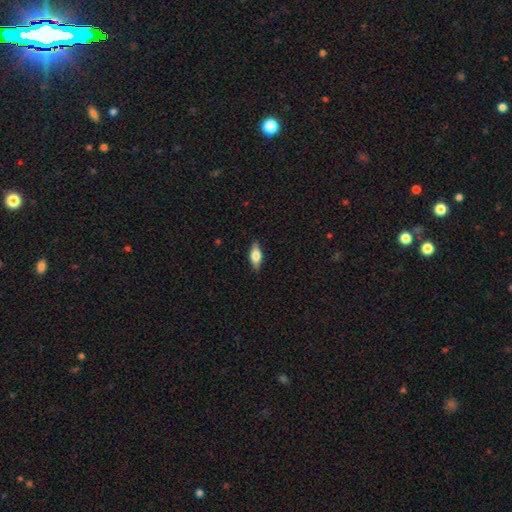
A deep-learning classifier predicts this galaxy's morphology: smooth-or-featured: smooth: 61% | featured or disk: 33% | star or artifact: 7%
  how-rounded: in between: 73% | cigar-shaped: 24% | round: 4%
  merging: none: 87% | minor disturbance: 10% | major disturbance: 2% | merger: 1%